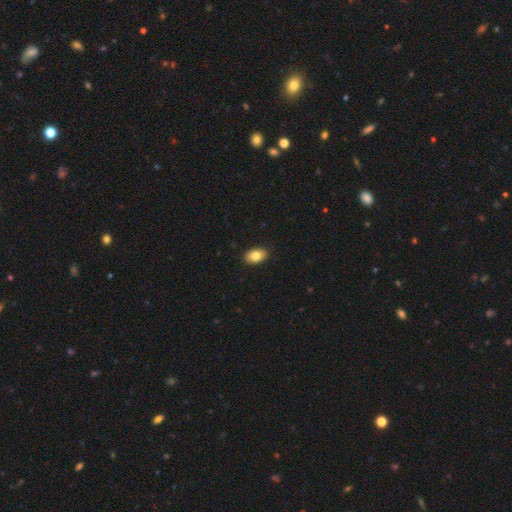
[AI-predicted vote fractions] Smooth or featured? smooth (81%)
How rounded? in between (89%)
Merging? none (90%)